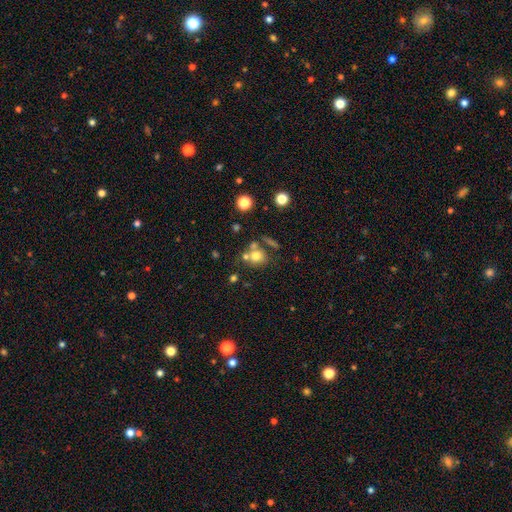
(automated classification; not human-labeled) smooth_or_featured: smooth (p=0.72) [alt: featured or disk p=0.15]
how_rounded: round (p=0.76) [alt: in between p=0.22]
merging: none (p=0.50) [alt: merger p=0.32]